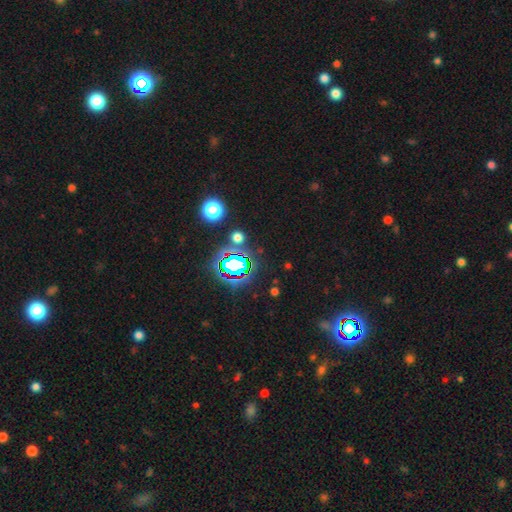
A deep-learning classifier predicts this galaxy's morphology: A star or artifact, not a galaxy (79%).

Vote fractions:
- Smooth or featured? star or artifact: 79% / smooth: 14% / featured or disk: 8%